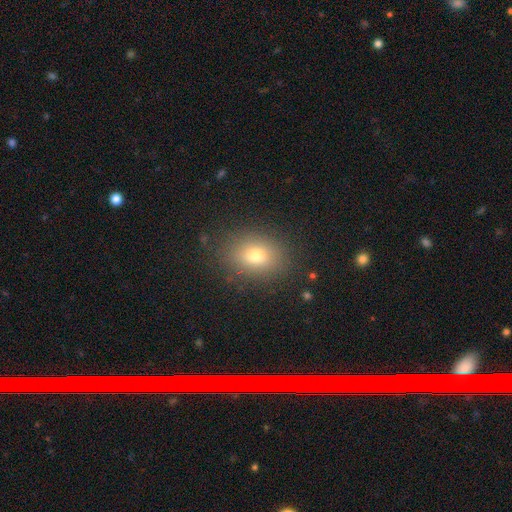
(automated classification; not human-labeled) This appears to be a smooth galaxy with no disk features (74%) that is in between round and cigar-shaped (59%). Merging: none (85%).